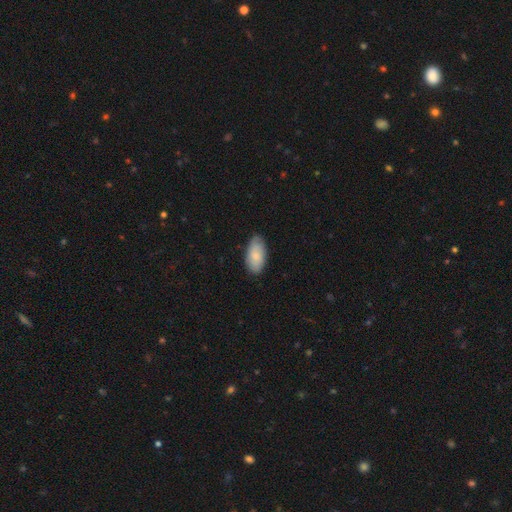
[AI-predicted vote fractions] A smooth galaxy with no disk features (79%) that is in between round and cigar-shaped (94%).

Vote fractions:
- Smooth or featured? smooth: 79% / featured or disk: 16% / star or artifact: 6%
- How rounded? in between: 94% / cigar-shaped: 3% / round: 2%
- Merging? none: 77% / minor disturbance: 19% / major disturbance: 3% / merger: 1%